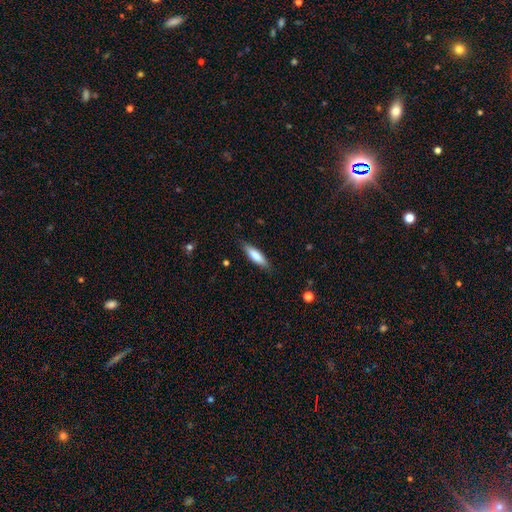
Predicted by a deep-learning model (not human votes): Smooth or featured?
  - smooth: 79% *
  - featured or disk: 16%
  - star or artifact: 6%
How rounded?
  - cigar-shaped: 60% *
  - in between: 39%
  - round: 1%
Merging?
  - none: 83% *
  - minor disturbance: 13%
  - major disturbance: 3%
  - merger: 1%